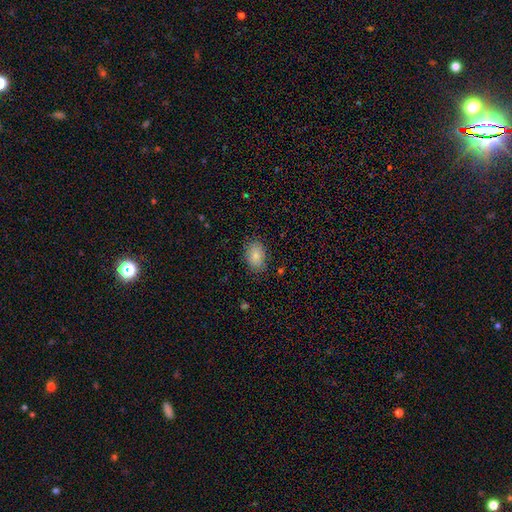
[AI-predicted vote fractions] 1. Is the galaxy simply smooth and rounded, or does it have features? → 84% smooth, 8% featured or disk, 8% star or artifact.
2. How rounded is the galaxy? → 83% in between, 16% round, 1% cigar-shaped.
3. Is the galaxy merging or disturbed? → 82% none, 13% minor disturbance, 3% major disturbance, 1% merger.